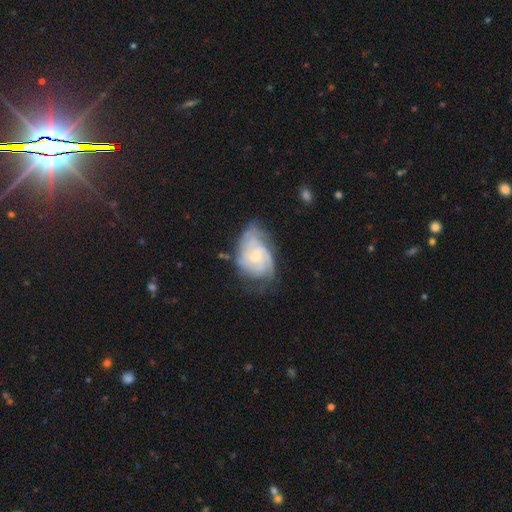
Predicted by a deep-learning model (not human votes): smooth-or-featured: featured or disk: 75% | smooth: 19% | star or artifact: 7%
  disk-edge-on: no: 97% | yes: 3%
    bar: no: 59% | weak: 36% | strong: 5%
    has-spiral-arms: yes: 91% | no: 9%
      spiral-winding: tight: 53% | medium: 35% | loose: 11%
      spiral-arm-count: can't tell: 40% | 2: 21% | 3: 20% | 4: 10% | 1: 5% | more than 4: 4%
    bulge-size: small: 55% | moderate: 29% | none: 12% | large: 3% | dominant: 1%
  merging: none: 53% | minor disturbance: 28% | major disturbance: 16% | merger: 2%